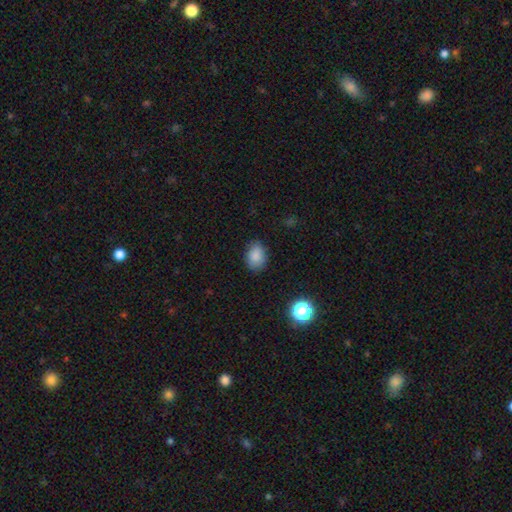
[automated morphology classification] Q: Smooth or featured?
A: smooth (86%); runner-up: star or artifact (10%)
Q: How rounded?
A: in between (74%); runner-up: round (25%)
Q: Merging?
A: none (81%); runner-up: minor disturbance (14%)